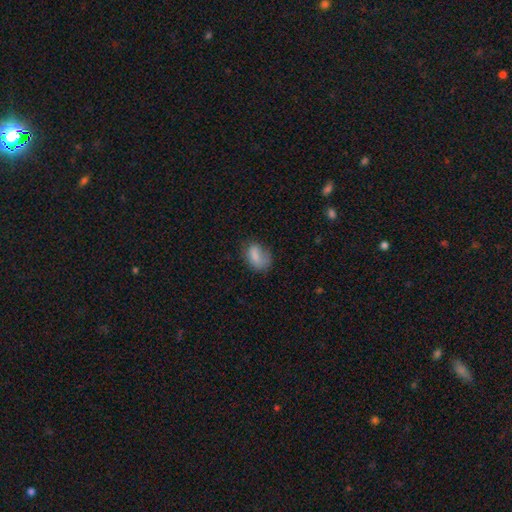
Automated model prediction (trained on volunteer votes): A smooth galaxy with no disk features (77%) that is in between round and cigar-shaped (78%).

Vote fractions:
- Smooth or featured? smooth: 77% / featured or disk: 14% / star or artifact: 9%
- How rounded? in between: 78% / round: 20% / cigar-shaped: 2%
- Merging? none: 52% / minor disturbance: 29% / major disturbance: 17% / merger: 2%